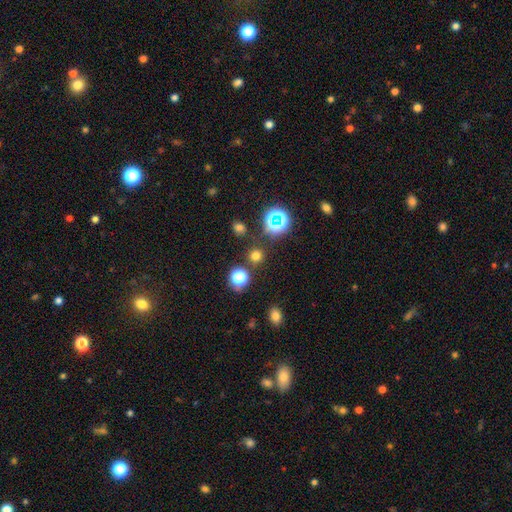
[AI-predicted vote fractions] Smooth or featured? smooth (65%)
How rounded? round (91%)
Merging? none (83%)